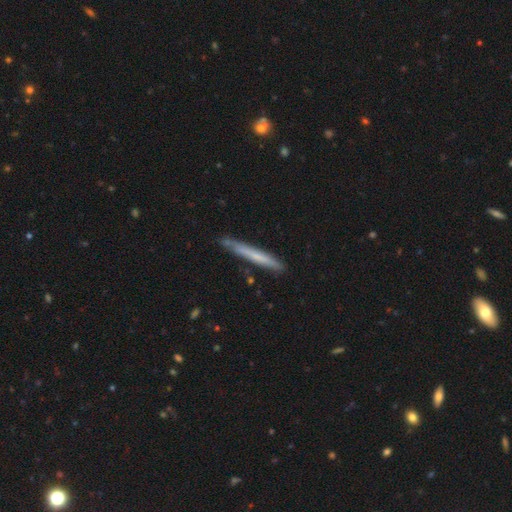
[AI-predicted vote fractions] Smooth or featured? smooth (58%)
How rounded? cigar-shaped (97%)
Merging? none (81%)